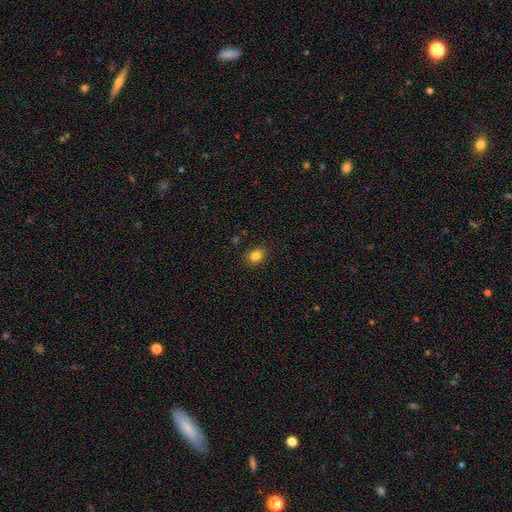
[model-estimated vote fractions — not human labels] This is clearly a smooth galaxy (84%). How rounded: possibly round (57%). Merging: clearly none (88%).